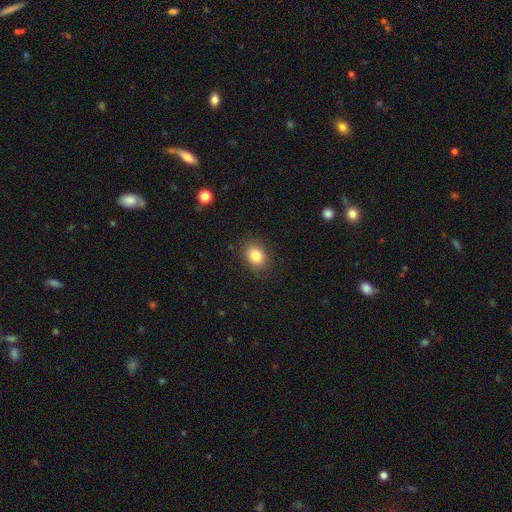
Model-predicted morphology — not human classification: smooth 84%, star or artifact 10%, featured or disk 6%. Down the decision tree: how rounded — in between (54%); merging — none (85%).